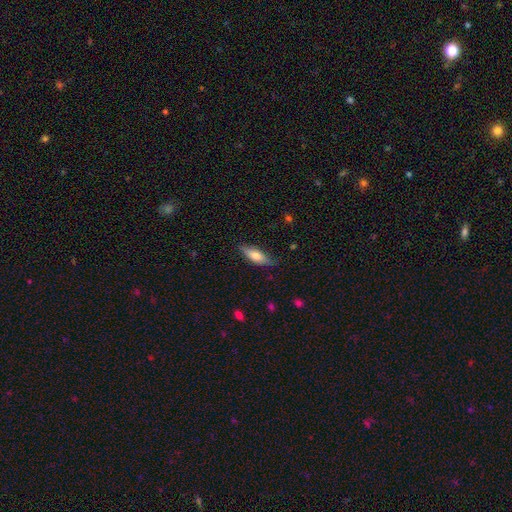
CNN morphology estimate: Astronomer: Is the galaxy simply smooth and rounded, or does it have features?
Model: smooth — 67%.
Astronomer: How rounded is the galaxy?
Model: in between — 57% (runner-up: cigar-shaped, 40%).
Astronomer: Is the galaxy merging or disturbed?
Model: none — 77%.